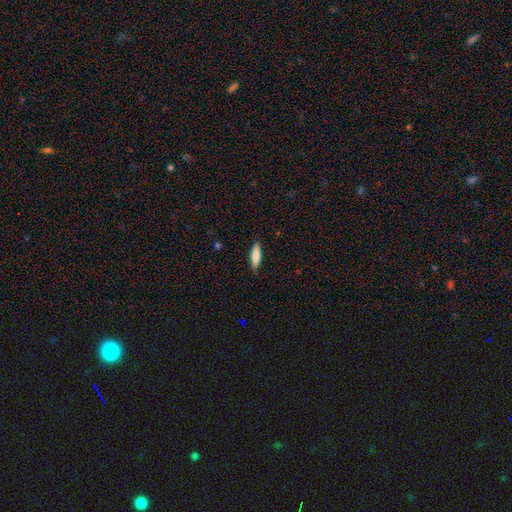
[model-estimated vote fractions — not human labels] Smooth or featured?
  - smooth: 78% *
  - featured or disk: 16%
  - star or artifact: 6%
How rounded?
  - cigar-shaped: 69% *
  - in between: 30%
  - round: 2%
Merging?
  - none: 86% *
  - minor disturbance: 11%
  - major disturbance: 2%
  - merger: 1%